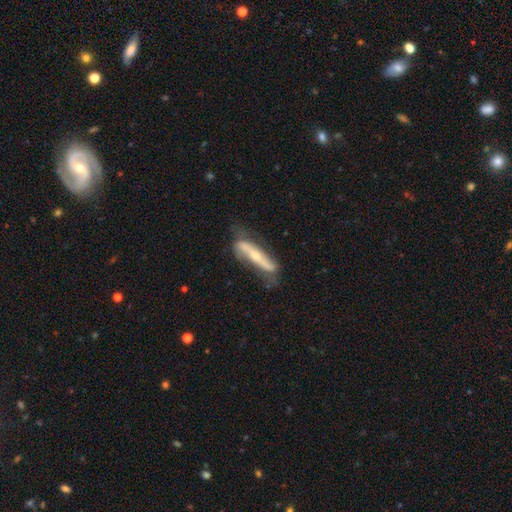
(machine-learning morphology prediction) Smooth or featured? Predicted: featured or disk (p=0.75). Edge-on disk? Predicted: no (p=0.51). Merging? Predicted: none (p=0.61).